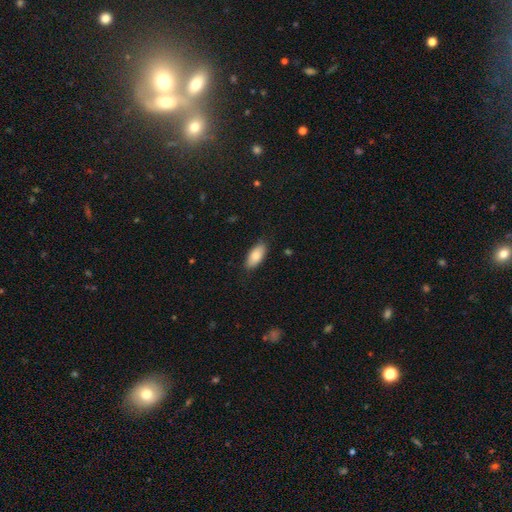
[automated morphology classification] This is clearly a smooth galaxy (81%). How rounded: clearly in between (89%). Merging: clearly none (83%).